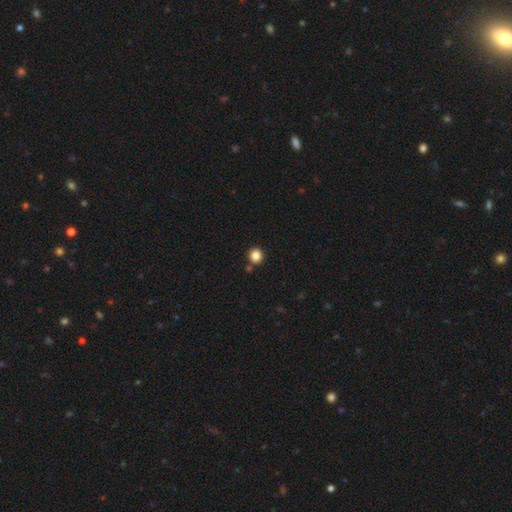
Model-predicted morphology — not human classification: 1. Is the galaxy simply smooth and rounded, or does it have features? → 85% smooth, 11% star or artifact, 4% featured or disk.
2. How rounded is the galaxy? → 90% round, 10% in between, 1% cigar-shaped.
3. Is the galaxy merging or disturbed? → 84% none, 7% minor disturbance, 7% merger, 2% major disturbance.